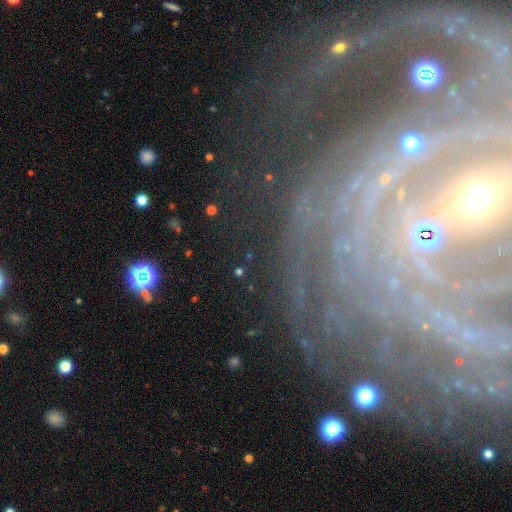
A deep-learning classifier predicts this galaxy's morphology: featured or disk 80%, star or artifact 12%, smooth 8%. Down the decision tree: edge-on disk — no (95%); bar — no (41%); spiral arms — yes (92%); spiral arm count — can't tell (26%); spiral winding — tight (76%); bulge size — small (67%); merging — none (72%).